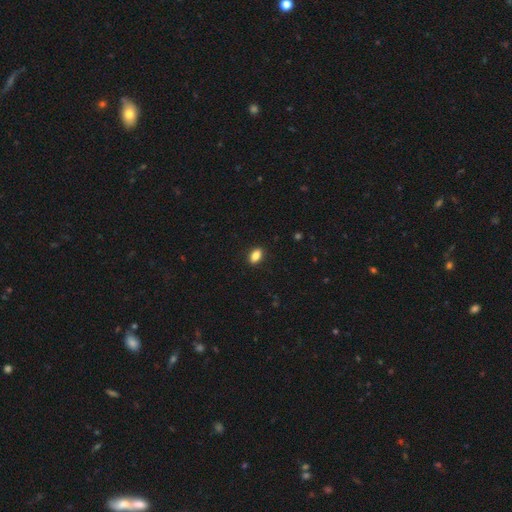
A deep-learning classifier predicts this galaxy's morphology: Smooth or featured? Predicted: smooth (p=0.85). How rounded? Predicted: in between (p=0.87). Merging? Predicted: none (p=0.90).